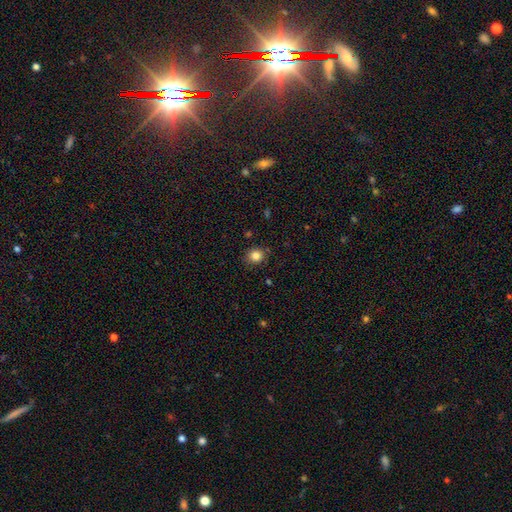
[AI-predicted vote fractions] The model was most divided on "how rounded": round: 80%, in between: 19%, cigar-shaped: 1%. More confident: merging — none (85%); smooth or featured — smooth (84%).